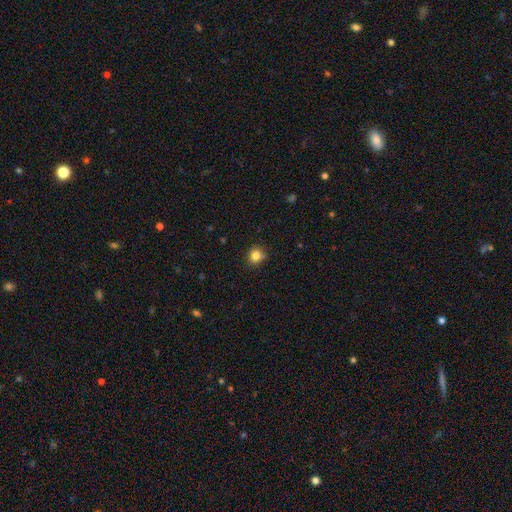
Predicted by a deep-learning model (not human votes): Smooth or featured?
  - smooth: 83% *
  - star or artifact: 12%
  - featured or disk: 5%
How rounded?
  - round: 87% *
  - in between: 12%
  - cigar-shaped: 1%
Merging?
  - none: 85% *
  - minor disturbance: 11%
  - major disturbance: 2%
  - merger: 1%